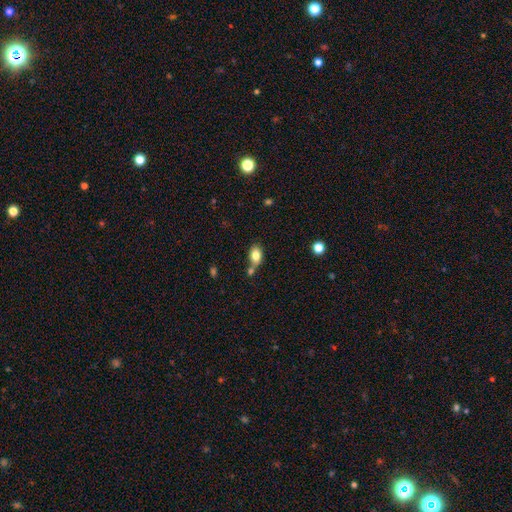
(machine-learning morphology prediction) smooth-or-featured: smooth: 81% | featured or disk: 11% | star or artifact: 9%
  how-rounded: in between: 84% | round: 13% | cigar-shaped: 2%
  merging: none: 48% | merger: 31% | minor disturbance: 15% | major disturbance: 5%